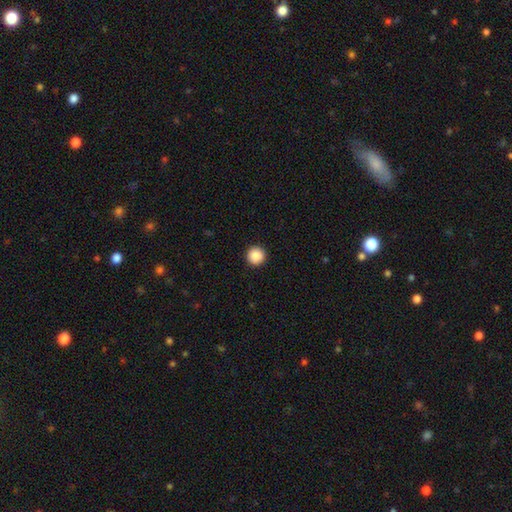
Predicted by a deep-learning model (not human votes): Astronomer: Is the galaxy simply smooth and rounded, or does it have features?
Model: smooth — 89%.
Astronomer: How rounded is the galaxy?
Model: round — 96%.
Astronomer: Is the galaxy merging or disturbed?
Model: none — 93%.